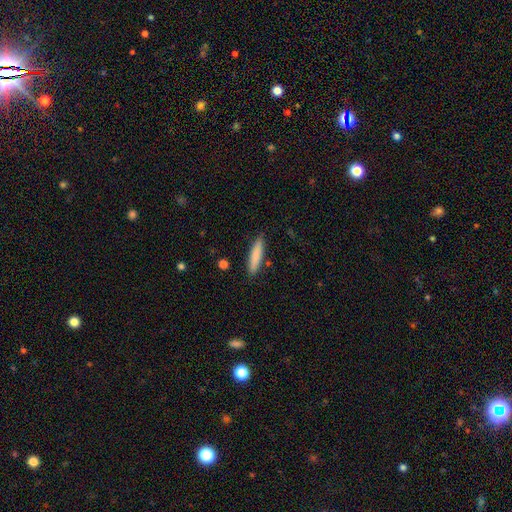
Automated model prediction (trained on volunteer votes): smooth 83%, featured or disk 11%, star or artifact 6%. Down the decision tree: how rounded — cigar-shaped (84%); merging — none (87%).